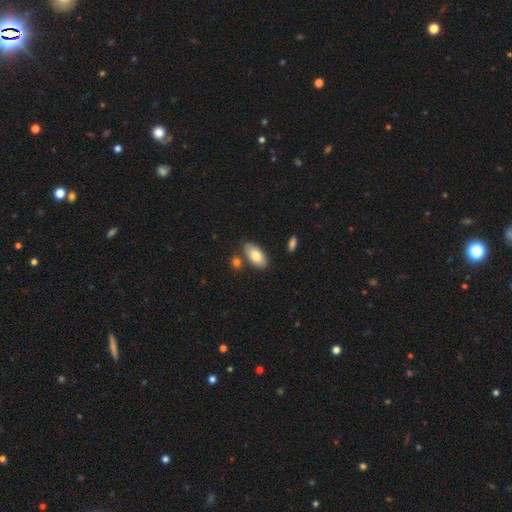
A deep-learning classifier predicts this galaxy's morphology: Smooth or featured: smooth — 79% (featured or disk — 15%)
How rounded: in between — 93% (cigar-shaped — 5%)
Merging: none — 77% (minor disturbance — 12%)